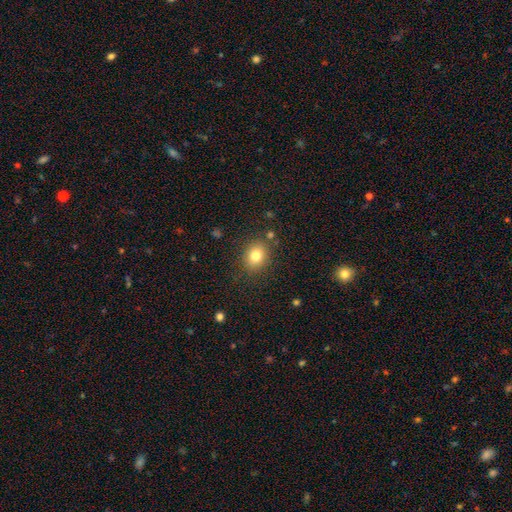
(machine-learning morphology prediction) This appears to be a smooth galaxy with no disk features (80%) that is round (54%). Merging: none (84%).